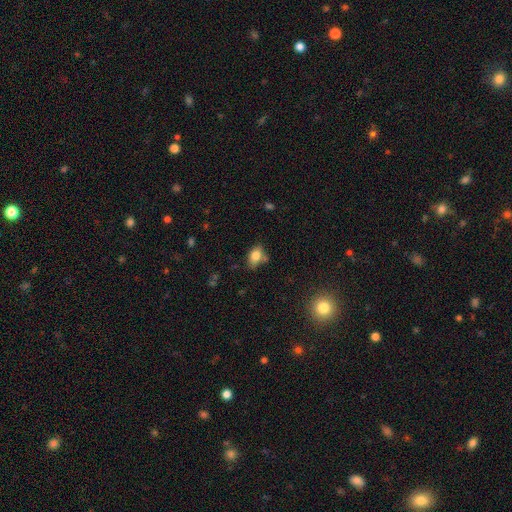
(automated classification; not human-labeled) Overall: smooth (80%). How rounded: in between (79%). Merging: none (63%).